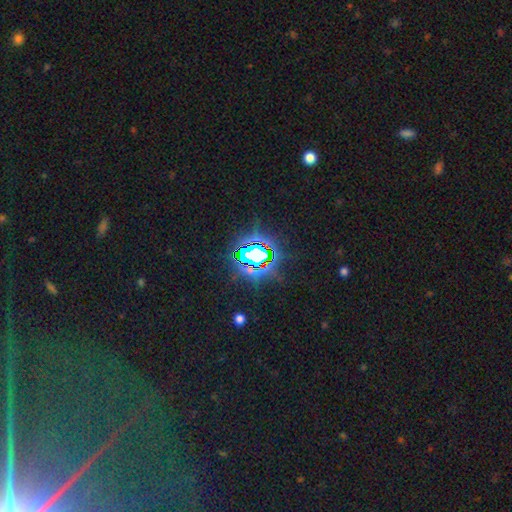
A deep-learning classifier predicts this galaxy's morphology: Q: Smooth or featured?
A: star or artifact (77%); runner-up: smooth (12%)